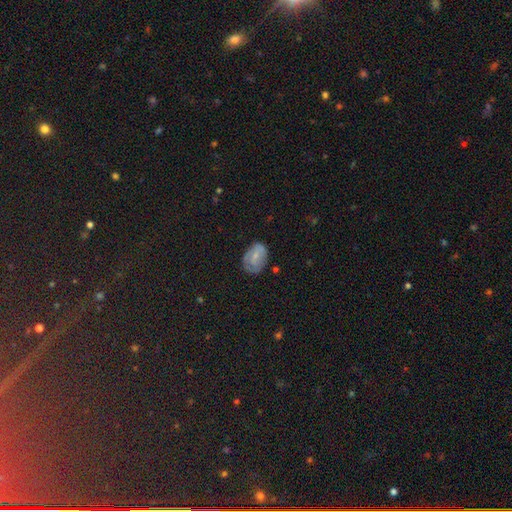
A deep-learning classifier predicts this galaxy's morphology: Q: Smooth or featured?
A: smooth (50%); runner-up: featured or disk (41%)
Q: Merging?
A: none (65%); runner-up: minor disturbance (24%)